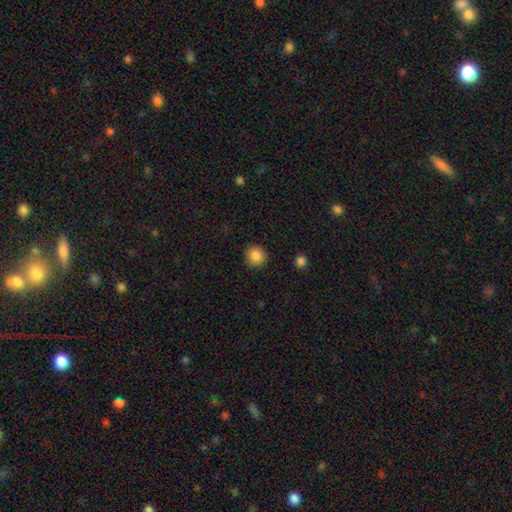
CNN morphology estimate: smooth 86%, star or artifact 10%, featured or disk 4%. Down the decision tree: how rounded — round (93%); merging — none (90%).